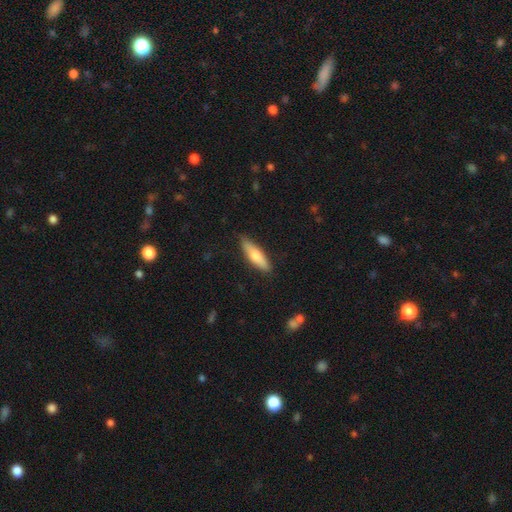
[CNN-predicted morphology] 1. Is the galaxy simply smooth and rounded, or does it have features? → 66% smooth, 29% featured or disk, 6% star or artifact.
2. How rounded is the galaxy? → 66% cigar-shaped, 32% in between, 2% round.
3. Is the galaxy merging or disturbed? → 84% none, 13% minor disturbance, 2% major disturbance, 1% merger.